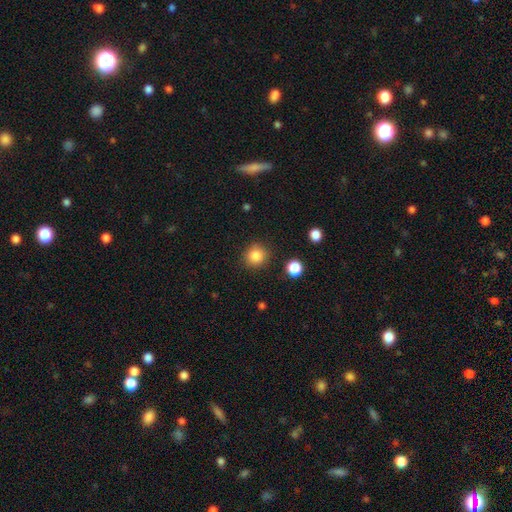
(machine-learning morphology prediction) smooth_or_featured: smooth (p=0.86) [alt: star or artifact p=0.10]
how_rounded: round (p=0.90) [alt: in between p=0.09]
merging: none (p=0.88) [alt: minor disturbance p=0.07]